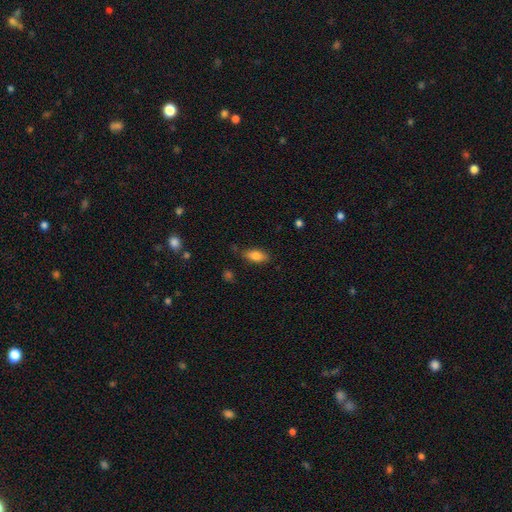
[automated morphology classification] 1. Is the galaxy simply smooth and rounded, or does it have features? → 80% smooth, 12% featured or disk, 8% star or artifact.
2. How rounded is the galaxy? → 84% in between, 13% cigar-shaped, 3% round.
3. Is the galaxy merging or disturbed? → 81% none, 14% minor disturbance, 3% major disturbance, 2% merger.